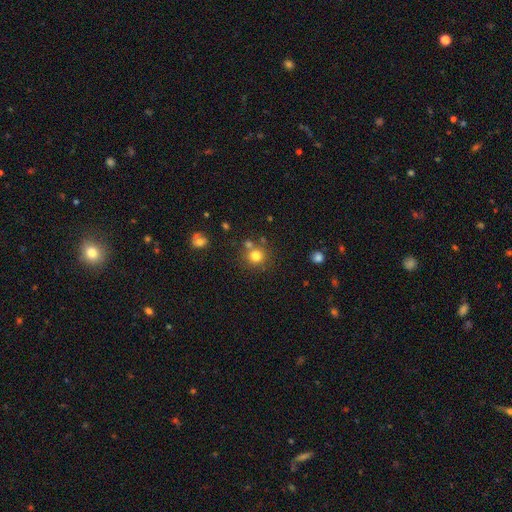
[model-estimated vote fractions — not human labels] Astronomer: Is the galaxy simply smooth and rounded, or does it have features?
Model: smooth — 78%.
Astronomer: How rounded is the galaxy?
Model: round — 91%.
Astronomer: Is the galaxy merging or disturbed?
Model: none — 72%.